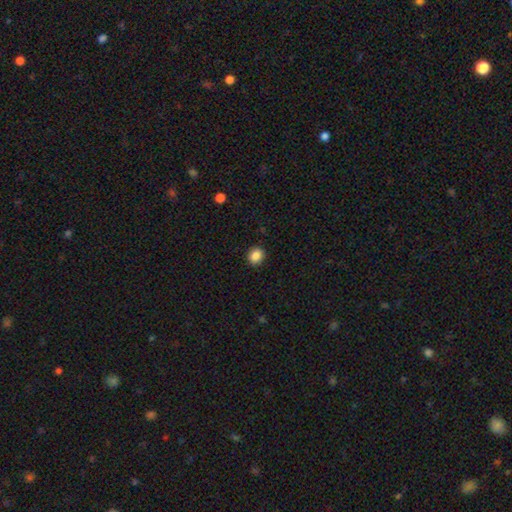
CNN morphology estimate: This is clearly a smooth galaxy (87%). How rounded: likely round (74%). Merging: clearly none (91%).